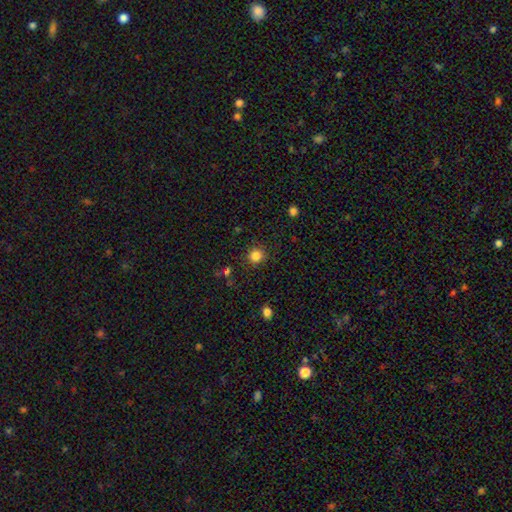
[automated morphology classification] The model was most divided on "smooth or featured": smooth: 84%, star or artifact: 12%, featured or disk: 4%. More confident: how rounded — round (92%); merging — none (88%).